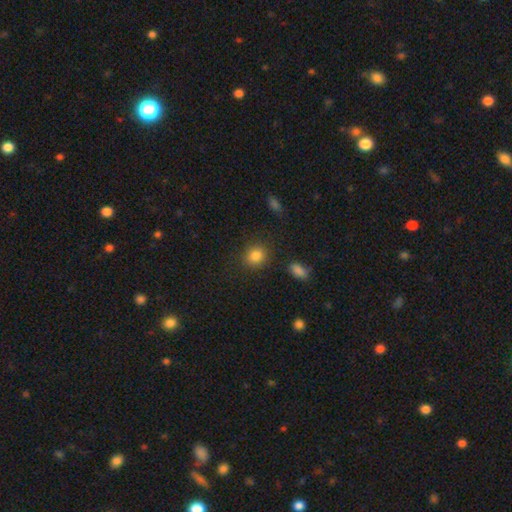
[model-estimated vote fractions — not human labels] Morphology: type=smooth (84%); roundness=round (73%); merging=none (84%).